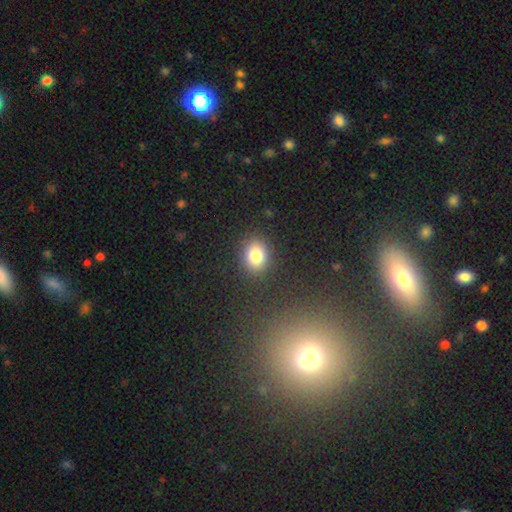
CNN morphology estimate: Smooth or featured? Predicted: smooth (p=0.81). How rounded? Predicted: round (p=0.60). Merging? Predicted: none (p=0.88).